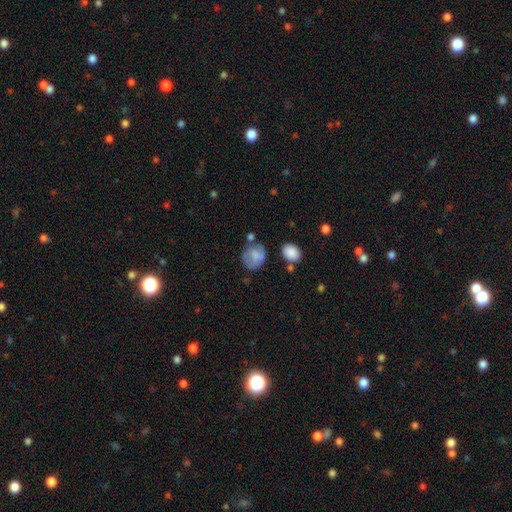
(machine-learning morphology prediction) This appears to be a smooth galaxy with no disk features (59%) that is round (57%). Merging: none (54%).